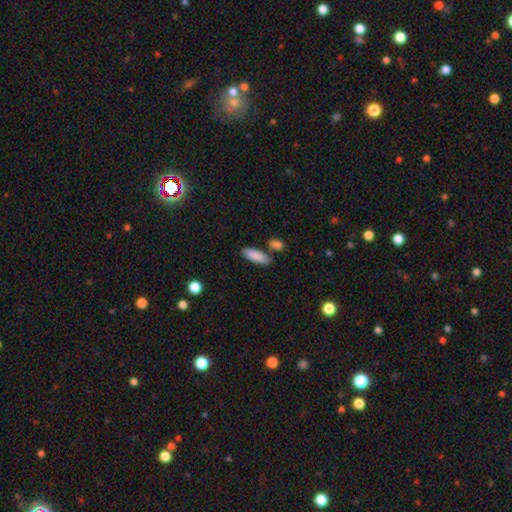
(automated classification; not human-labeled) Smooth or featured?
  - smooth: 87% *
  - featured or disk: 7%
  - star or artifact: 6%
How rounded?
  - in between: 65% *
  - cigar-shaped: 33%
  - round: 2%
Merging?
  - none: 75% *
  - minor disturbance: 12%
  - merger: 10%
  - major disturbance: 3%